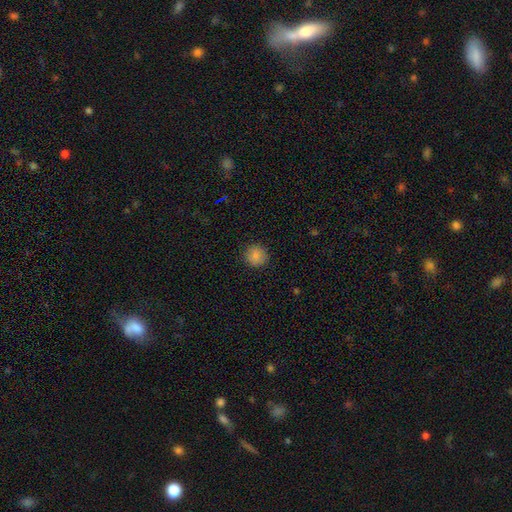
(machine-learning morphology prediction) Smooth or featured? smooth (86%)
How rounded? round (93%)
Merging? none (91%)